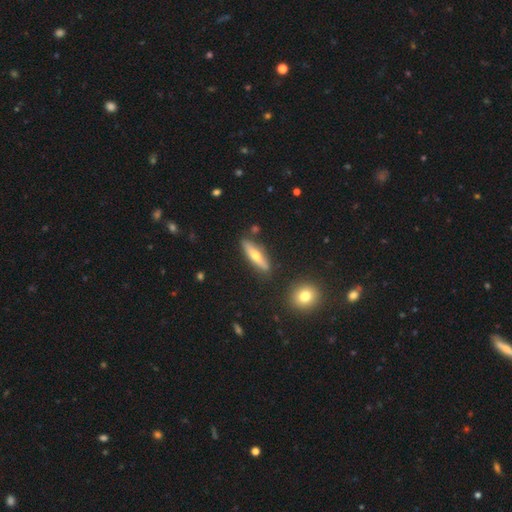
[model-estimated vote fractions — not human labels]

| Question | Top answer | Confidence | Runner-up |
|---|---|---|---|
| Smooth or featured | featured or disk | 51% | smooth (43%) |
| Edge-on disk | yes | 88% | no (12%) |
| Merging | none | 86% | minor disturbance (9%) |